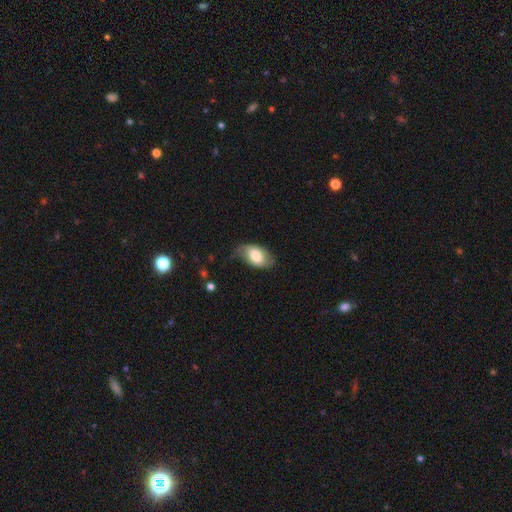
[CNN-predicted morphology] Q: Smooth or featured?
A: smooth (72%); runner-up: featured or disk (21%)
Q: How rounded?
A: in between (92%); runner-up: round (6%)
Q: Merging?
A: none (61%); runner-up: minor disturbance (29%)